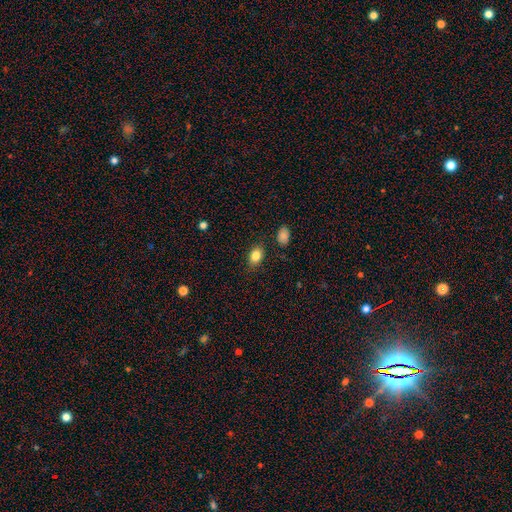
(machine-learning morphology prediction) Smooth or featured?
  - smooth: 83% *
  - star or artifact: 9%
  - featured or disk: 8%
How rounded?
  - in between: 78% *
  - round: 20%
  - cigar-shaped: 2%
Merging?
  - none: 83% *
  - minor disturbance: 11%
  - major disturbance: 3%
  - merger: 2%